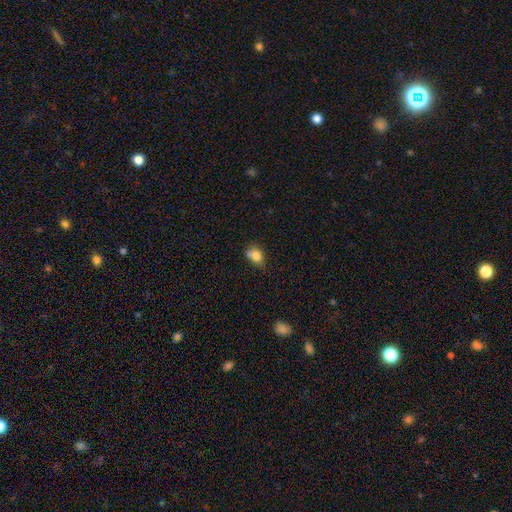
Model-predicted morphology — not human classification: Smooth or featured?
  - smooth: 80% *
  - star or artifact: 10%
  - featured or disk: 10%
How rounded?
  - in between: 62% *
  - round: 36%
  - cigar-shaped: 2%
Merging?
  - none: 45% *
  - minor disturbance: 28%
  - merger: 19%
  - major disturbance: 8%